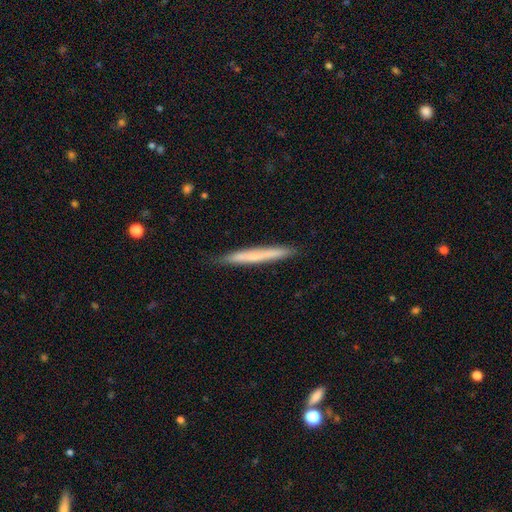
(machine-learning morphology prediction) A smooth galaxy with no disk features (61%) that is cigar-shaped (97%). Merging: none (88%).